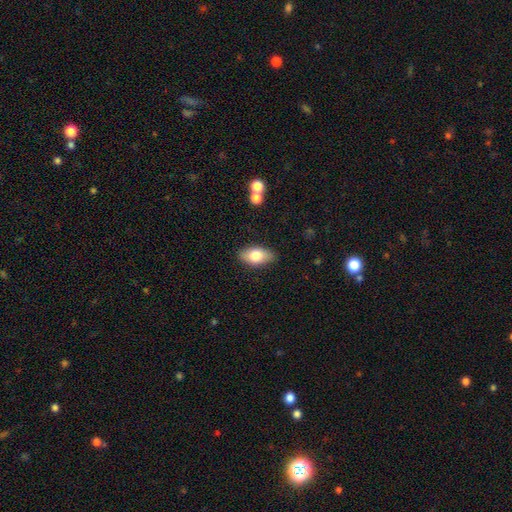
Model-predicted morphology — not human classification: This appears to be a smooth galaxy with no disk features (75%) that is in between round and cigar-shaped (90%). Merging: none (85%).